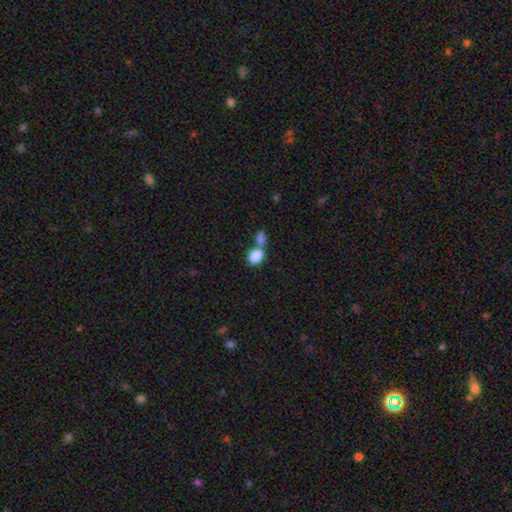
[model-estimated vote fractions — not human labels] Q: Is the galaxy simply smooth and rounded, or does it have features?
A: smooth — 85%.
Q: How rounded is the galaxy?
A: in between — 65%.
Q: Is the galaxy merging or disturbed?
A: merger — 59%.